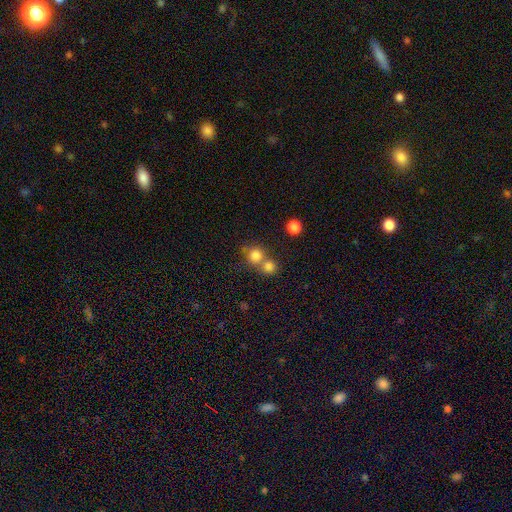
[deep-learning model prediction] Morphology: type=smooth (79%); roundness=round (89%); merging=none (48%).